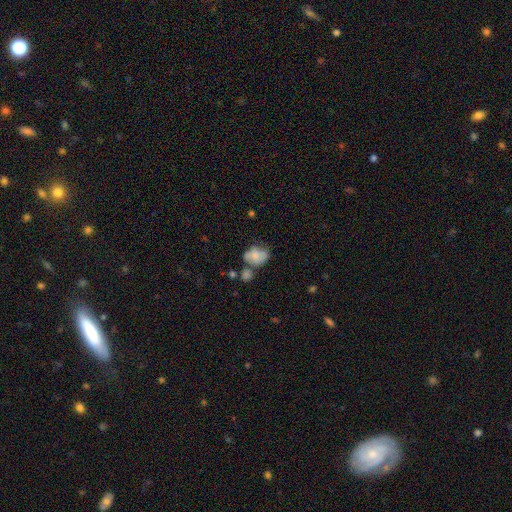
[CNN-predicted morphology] The model was most divided on "merging": none: 36%, minor disturbance: 26%, merger: 24%, major disturbance: 15%. More confident: how rounded — in between (69%); smooth or featured — smooth (66%).